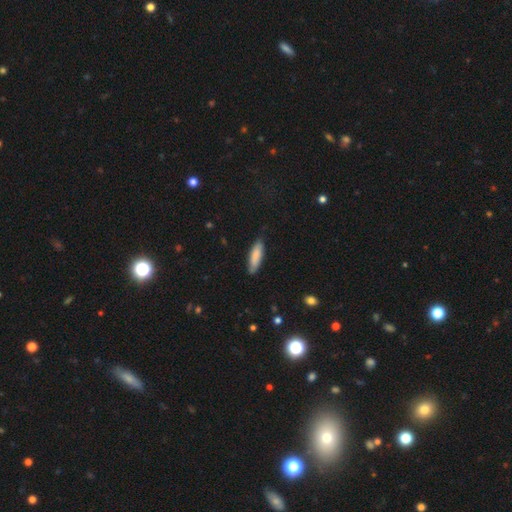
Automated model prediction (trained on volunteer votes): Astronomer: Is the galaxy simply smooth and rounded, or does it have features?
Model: smooth — 84%.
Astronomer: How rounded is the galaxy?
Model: cigar-shaped — 62% (runner-up: in between, 37%).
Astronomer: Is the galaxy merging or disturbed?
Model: none — 80%.